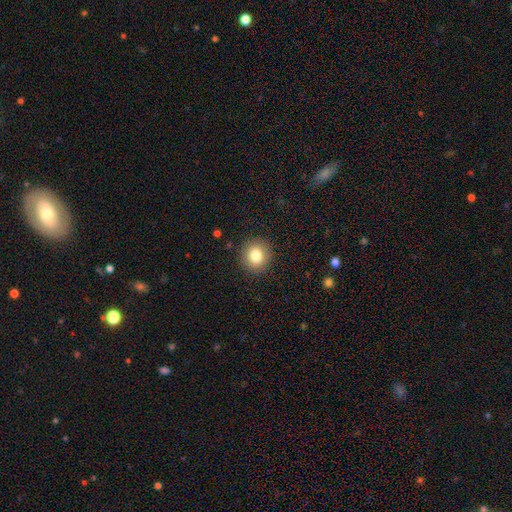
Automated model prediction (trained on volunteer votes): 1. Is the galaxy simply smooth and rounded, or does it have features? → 82% smooth, 10% star or artifact, 8% featured or disk.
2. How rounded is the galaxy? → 86% round, 13% in between, 1% cigar-shaped.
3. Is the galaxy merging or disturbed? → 90% none, 7% minor disturbance, 2% major disturbance, 1% merger.